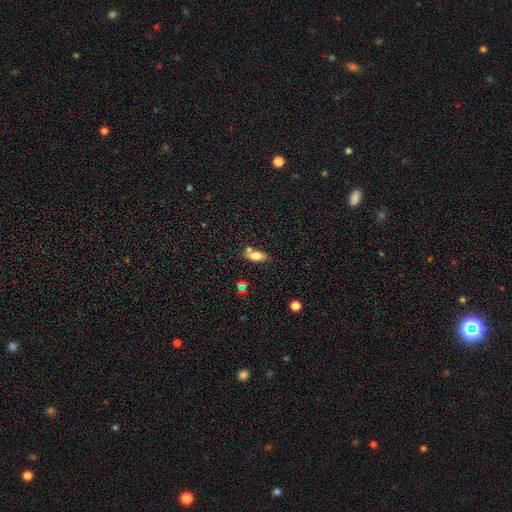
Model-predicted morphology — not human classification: This appears to be a smooth galaxy with no disk features (72%) that is in between round and cigar-shaped (84%). Merging: none (61%).